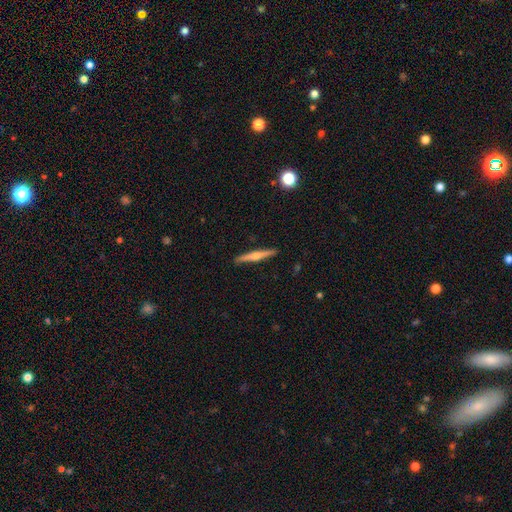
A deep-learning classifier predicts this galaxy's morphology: featured or disk 61%, smooth 33%, star or artifact 6%. Down the decision tree: edge-on disk — yes (98%); edge-on bulge — rounded (86%); merging — none (91%).